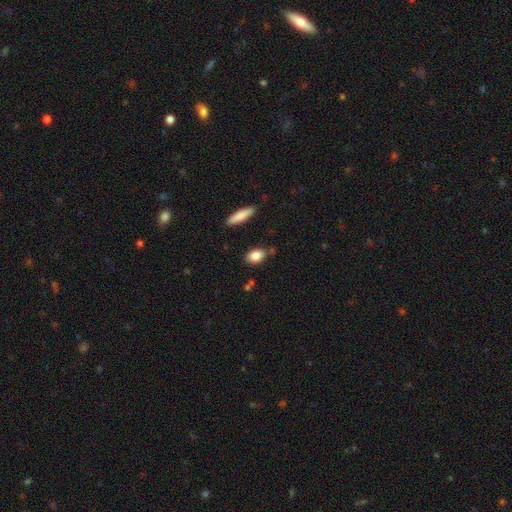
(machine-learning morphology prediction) The model was most divided on "merging": none: 76%, minor disturbance: 15%, merger: 6%, major disturbance: 3%. More confident: smooth or featured — smooth (84%); how rounded — in between (80%).